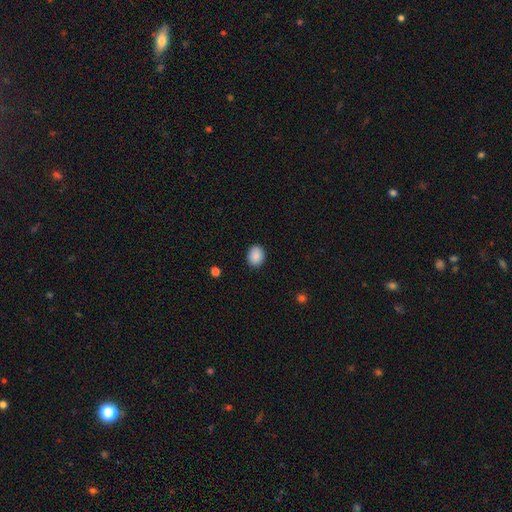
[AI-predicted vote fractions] Smooth or featured? smooth (89%)
How rounded? round (59%)
Merging? none (90%)